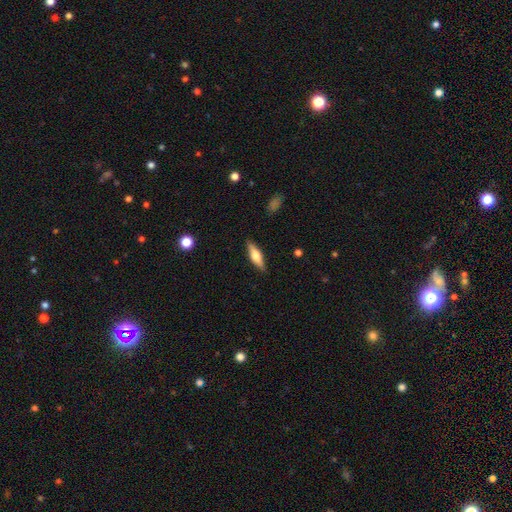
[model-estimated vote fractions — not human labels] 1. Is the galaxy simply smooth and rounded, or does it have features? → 54% smooth, 40% featured or disk, 6% star or artifact.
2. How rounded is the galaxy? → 58% cigar-shaped, 40% in between, 2% round.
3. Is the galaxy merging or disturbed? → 88% none, 9% minor disturbance, 2% major disturbance, 1% merger.